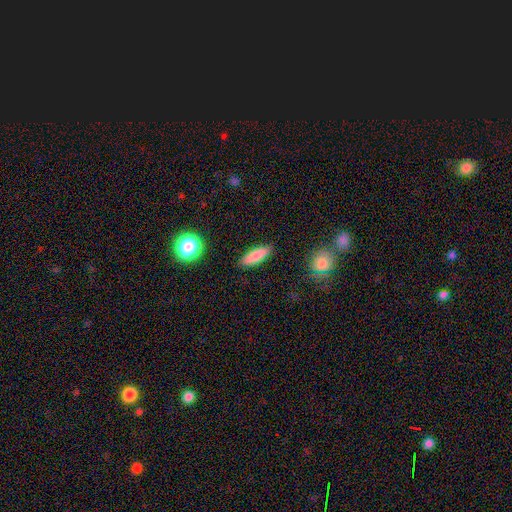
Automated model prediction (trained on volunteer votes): This is clearly a smooth galaxy (81%). How rounded: possibly cigar-shaped (50%). Merging: clearly none (87%).